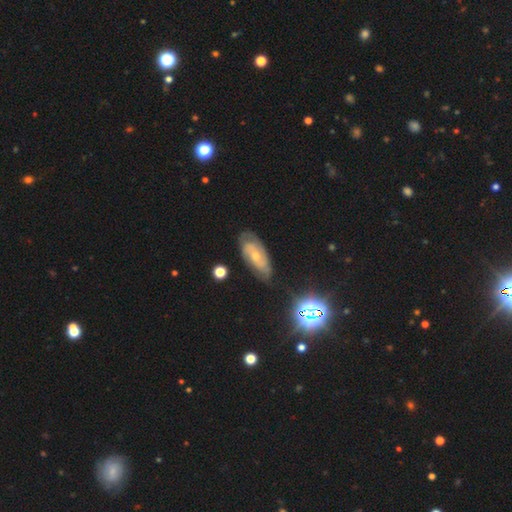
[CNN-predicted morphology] This appears to be a featured or disk galaxy (67%) with no bar (68%), 2 (45%) tight (52%) spiral arms (86%) and a small central bulge (59%). Merging: none (67%).